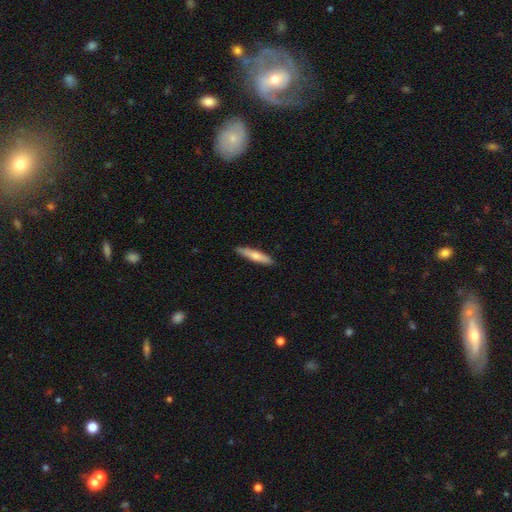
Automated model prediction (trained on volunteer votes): Smooth or featured? smooth (67%)
How rounded? cigar-shaped (86%)
Merging? none (89%)